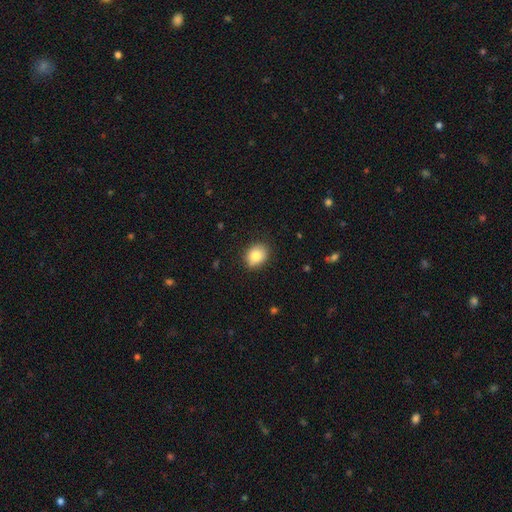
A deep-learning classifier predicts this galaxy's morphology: Q: Smooth or featured?
A: smooth (84%); runner-up: star or artifact (8%)
Q: How rounded?
A: in between (53%); runner-up: round (46%)
Q: Merging?
A: none (84%); runner-up: minor disturbance (13%)